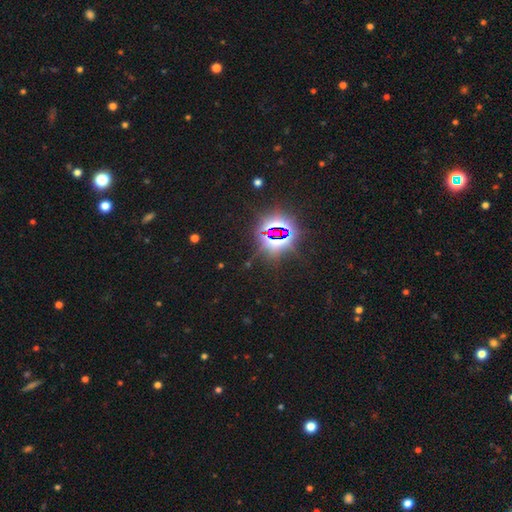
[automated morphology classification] smooth_or_featured: star or artifact (p=0.79) [alt: smooth p=0.12]